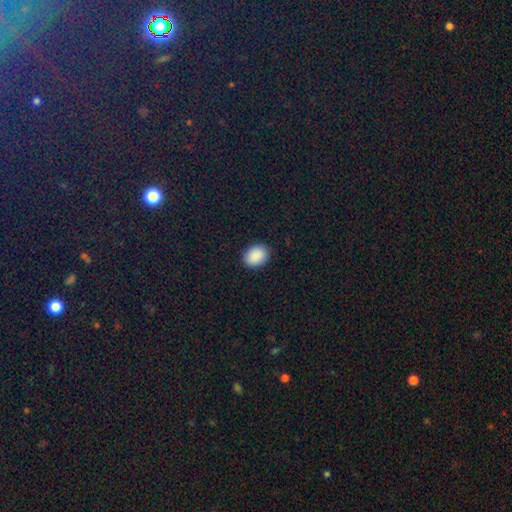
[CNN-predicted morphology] A smooth galaxy with no disk features (90%) that is in between round and cigar-shaped (64%).

Vote fractions:
- Smooth or featured? smooth: 90% / star or artifact: 7% / featured or disk: 2%
- How rounded? in between: 64% / round: 35% / cigar-shaped: 1%
- Merging? none: 89% / minor disturbance: 8% / major disturbance: 2% / merger: 1%